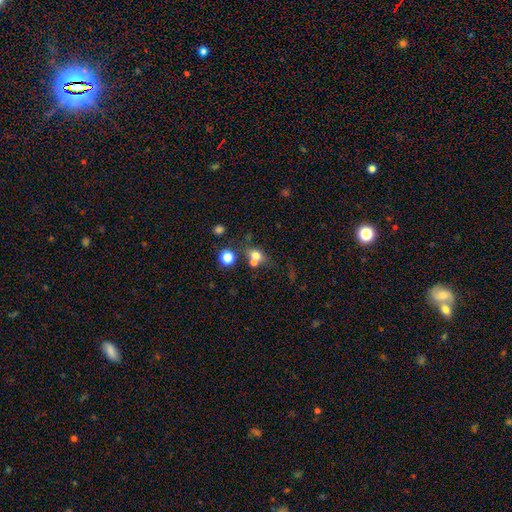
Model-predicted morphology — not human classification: Overall: smooth (70%). How rounded: round (52%; in between 45%). Merging: none (45%; merger 37%).